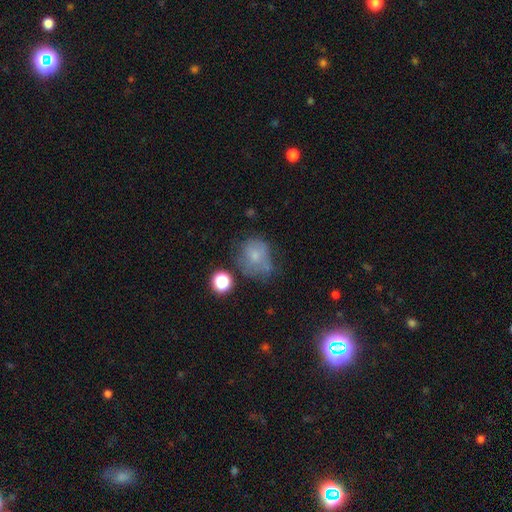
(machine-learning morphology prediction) smooth_or_featured: smooth (p=0.63) [alt: featured or disk p=0.23]
how_rounded: round (p=0.67) [alt: in between p=0.32]
merging: none (p=0.43) [alt: minor disturbance p=0.30]